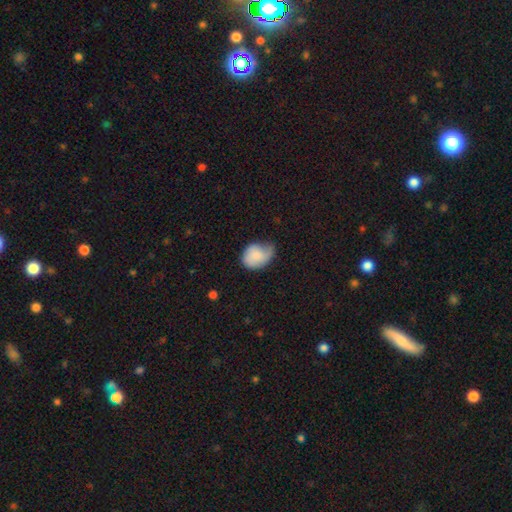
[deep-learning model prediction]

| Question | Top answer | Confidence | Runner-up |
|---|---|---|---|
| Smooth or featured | smooth | 75% | featured or disk (18%) |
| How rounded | in between | 62% | round (37%) |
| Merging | minor disturbance | 48% | none (31%) |